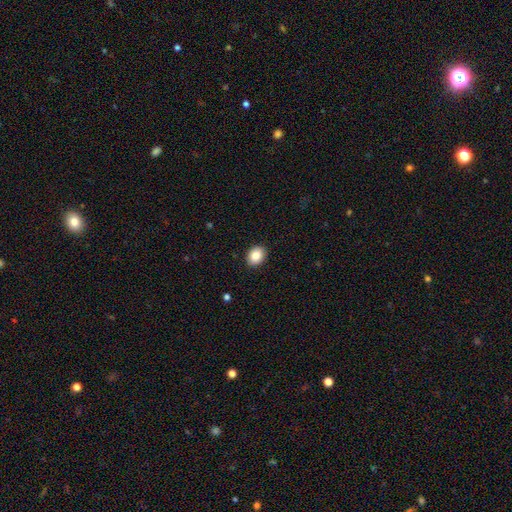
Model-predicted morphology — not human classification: This is clearly a smooth galaxy (86%). How rounded: possibly in between (52%). Merging: clearly none (91%).